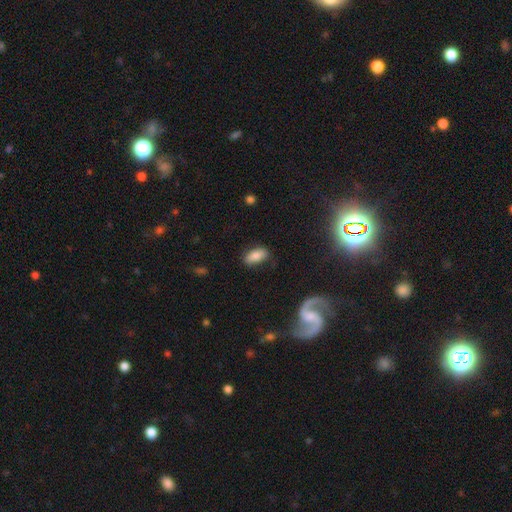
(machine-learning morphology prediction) The model was most divided on "merging": none: 78%, minor disturbance: 16%, major disturbance: 4%, merger: 2%. More confident: how rounded — in between (91%); smooth or featured — smooth (80%).